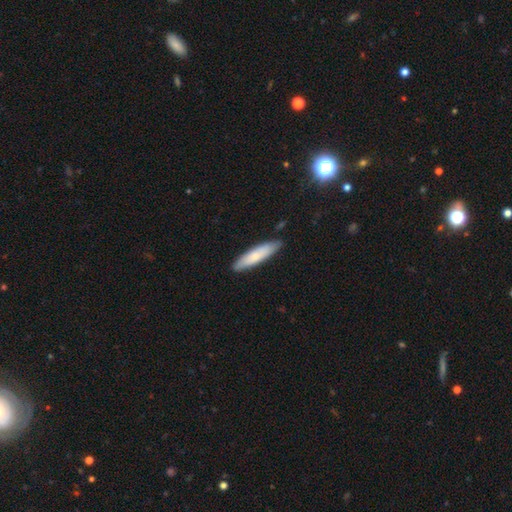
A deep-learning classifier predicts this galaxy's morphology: A smooth galaxy with no disk features (71%) that is cigar-shaped (76%).

Vote fractions:
- Smooth or featured? smooth: 71% / featured or disk: 24% / star or artifact: 5%
- How rounded? cigar-shaped: 76% / in between: 23% / round: 1%
- Merging? none: 84% / minor disturbance: 13% / major disturbance: 2% / merger: 1%